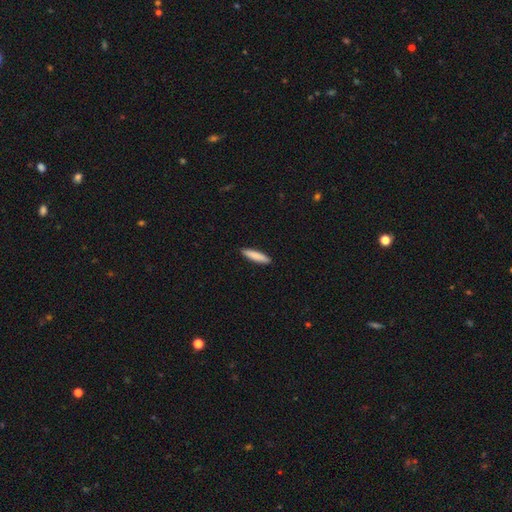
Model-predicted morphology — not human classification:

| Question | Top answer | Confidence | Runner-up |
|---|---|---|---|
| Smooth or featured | smooth | 86% | featured or disk (9%) |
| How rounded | cigar-shaped | 83% | in between (16%) |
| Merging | none | 91% | minor disturbance (6%) |